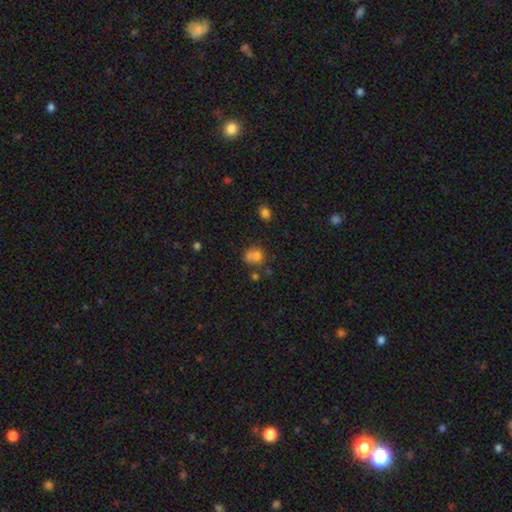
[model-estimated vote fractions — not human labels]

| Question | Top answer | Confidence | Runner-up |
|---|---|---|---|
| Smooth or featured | smooth | 71% | featured or disk (15%) |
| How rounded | round | 64% | in between (35%) |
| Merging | merger | 39% | none (36%) |